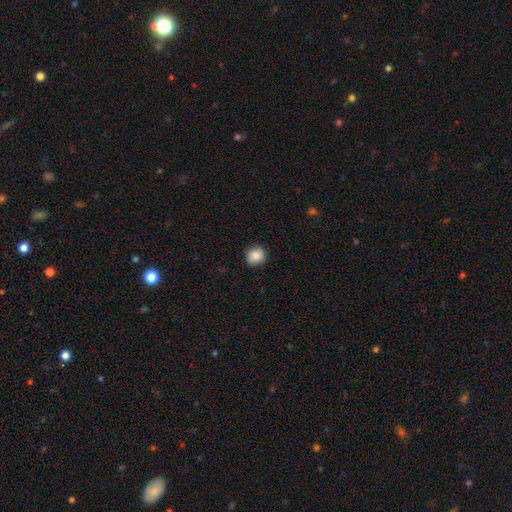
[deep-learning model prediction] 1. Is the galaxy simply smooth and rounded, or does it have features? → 84% smooth, 9% star or artifact, 7% featured or disk.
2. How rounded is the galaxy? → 87% round, 12% in between, 1% cigar-shaped.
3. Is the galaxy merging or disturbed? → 85% none, 11% minor disturbance, 2% major disturbance, 1% merger.